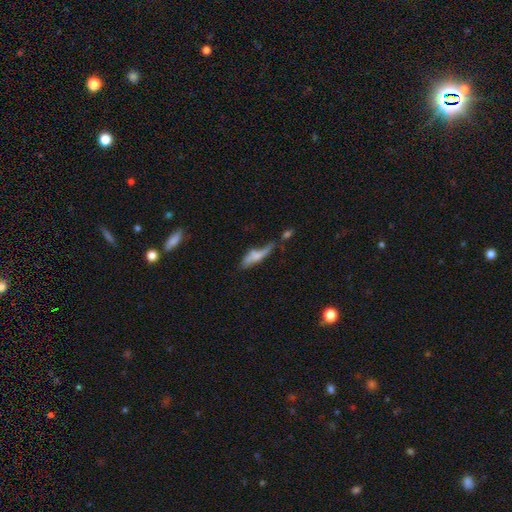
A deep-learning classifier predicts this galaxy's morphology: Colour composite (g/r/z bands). It shows a smooth galaxy with no disk features (53%) that is cigar-shaped (57%). Merging: none (28%).